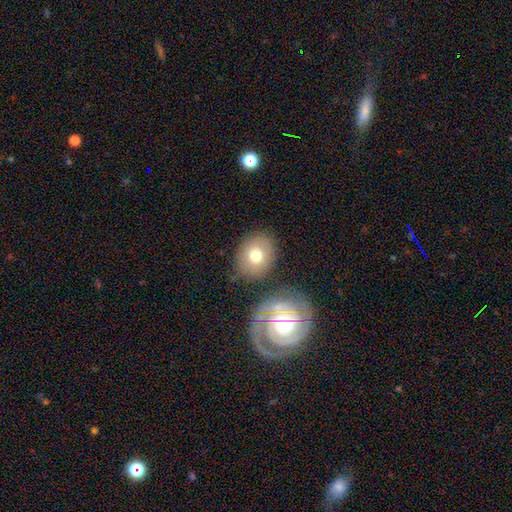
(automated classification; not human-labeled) A smooth galaxy with no disk features (74%) that is round (59%). Merging: none (78%).